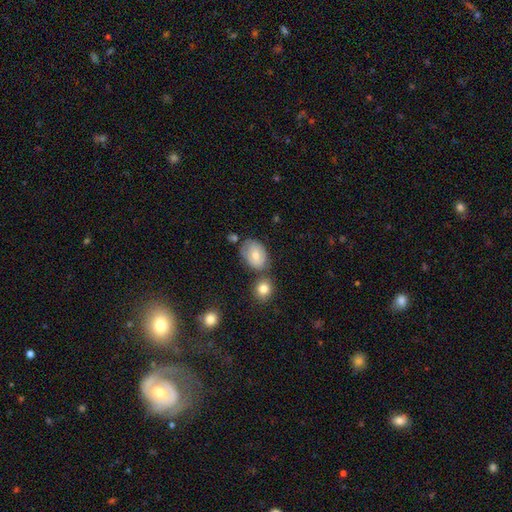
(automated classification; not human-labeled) Smooth or featured? smooth (62%)
How rounded? in between (71%)
Merging? none (55%)